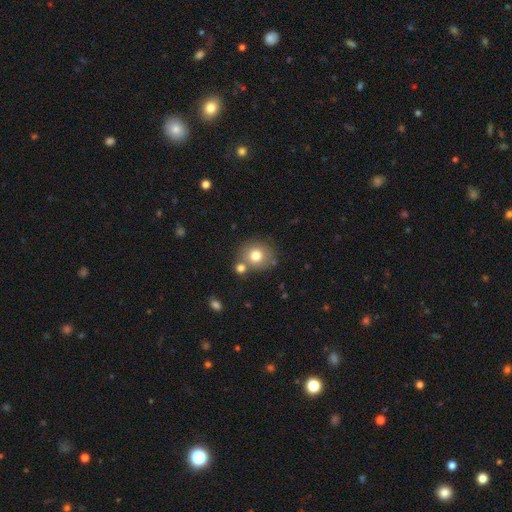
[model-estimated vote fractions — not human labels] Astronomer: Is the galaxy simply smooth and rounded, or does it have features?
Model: smooth — 76%.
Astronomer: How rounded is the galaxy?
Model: round — 84%.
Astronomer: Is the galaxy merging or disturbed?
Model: none — 67%.